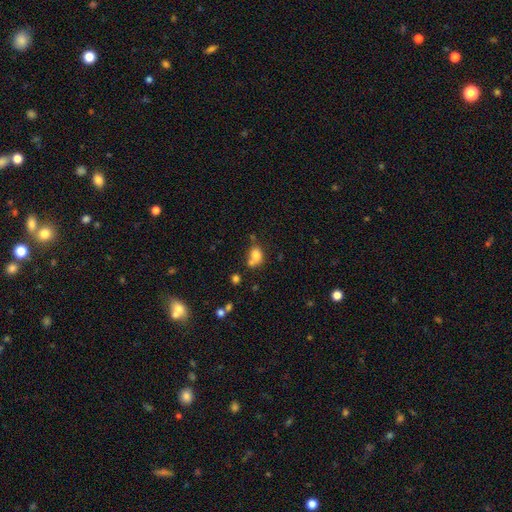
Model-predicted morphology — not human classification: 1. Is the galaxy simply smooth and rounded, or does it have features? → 78% smooth, 11% star or artifact, 10% featured or disk.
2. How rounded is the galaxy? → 61% in between, 37% round, 1% cigar-shaped.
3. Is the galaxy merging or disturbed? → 39% none, 36% merger, 17% minor disturbance, 8% major disturbance.